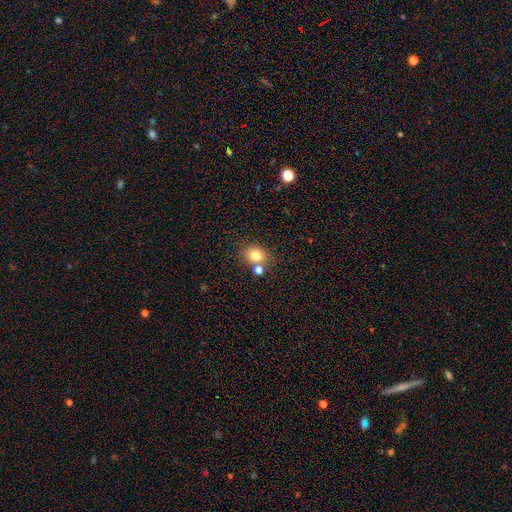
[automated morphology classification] Smooth or featured? smooth (78%)
How rounded? round (68%)
Merging? none (66%)